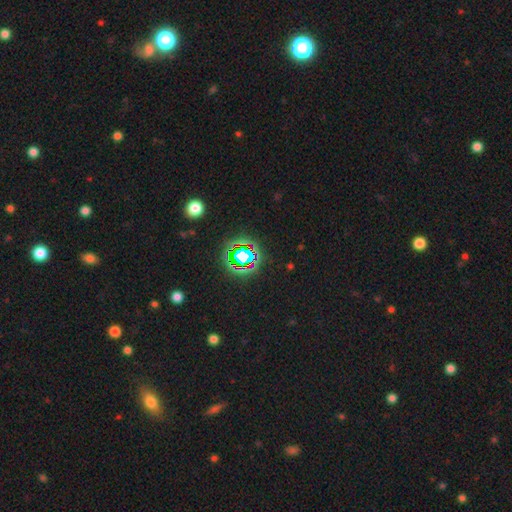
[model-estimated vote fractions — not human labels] star or artifact 77%, smooth 15%, featured or disk 8%.